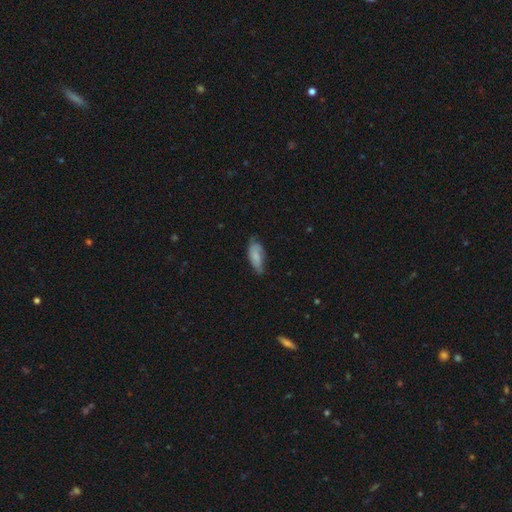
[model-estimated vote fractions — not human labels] The model was most divided on "merging": none: 53%, minor disturbance: 37%, major disturbance: 9%, merger: 2%. More confident: how rounded — in between (82%); smooth or featured — smooth (73%).